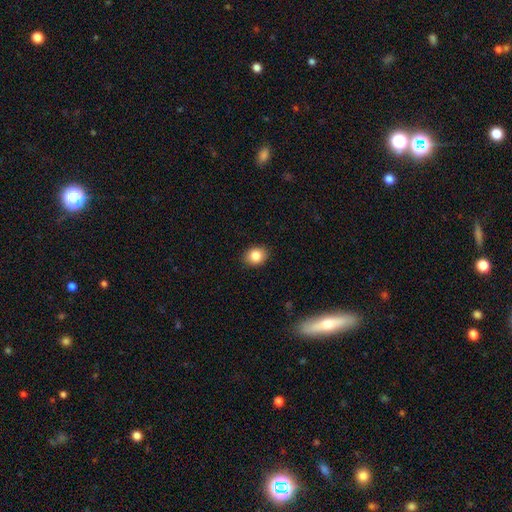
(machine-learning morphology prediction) A smooth galaxy with no disk features (85%) that is round (58%).

Vote fractions:
- Smooth or featured? smooth: 85% / star or artifact: 9% / featured or disk: 6%
- How rounded? round: 58% / in between: 41% / cigar-shaped: 1%
- Merging? none: 89% / minor disturbance: 8% / major disturbance: 2% / merger: 1%